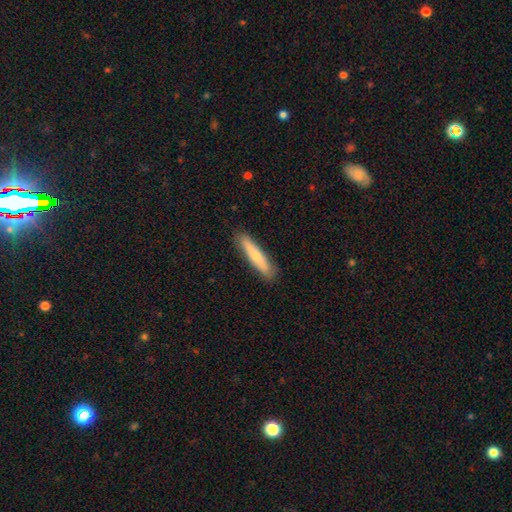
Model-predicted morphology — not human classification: Smooth or featured? smooth (66%)
How rounded? cigar-shaped (87%)
Merging? none (88%)